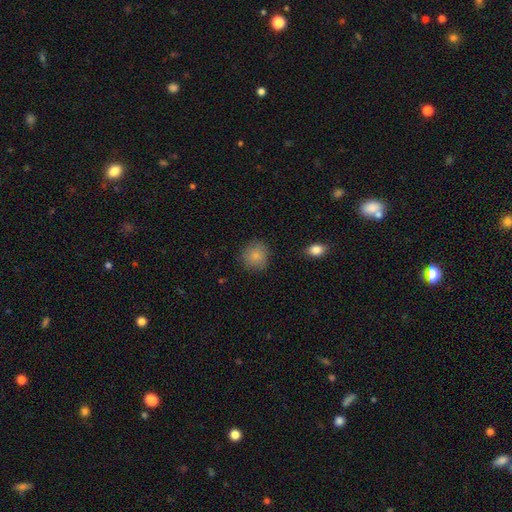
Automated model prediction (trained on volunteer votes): A smooth galaxy with no disk features (85%) that is round (88%).

Vote fractions:
- Smooth or featured? smooth: 85% / star or artifact: 9% / featured or disk: 6%
- How rounded? round: 88% / in between: 11% / cigar-shaped: 1%
- Merging? none: 82% / minor disturbance: 13% / major disturbance: 3% / merger: 2%